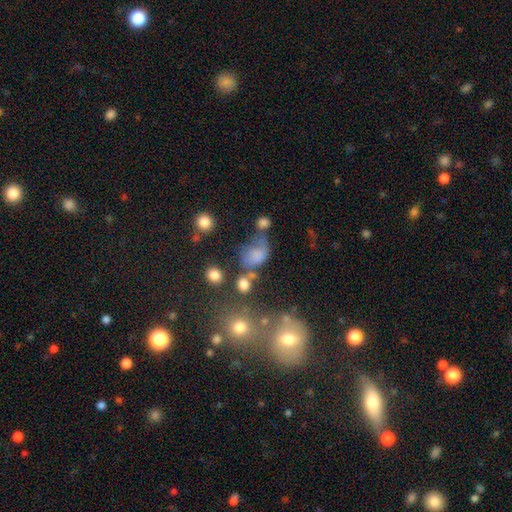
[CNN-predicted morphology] Smooth or featured? Predicted: smooth (p=0.63). How rounded? Predicted: in between (p=0.61). Merging? Predicted: none (p=0.32).